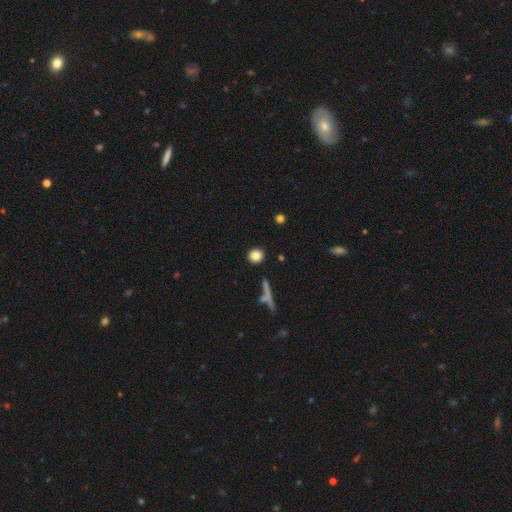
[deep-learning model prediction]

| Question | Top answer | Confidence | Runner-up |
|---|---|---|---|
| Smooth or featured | smooth | 83% | star or artifact (10%) |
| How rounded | round | 87% | in between (11%) |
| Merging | none | 89% | minor disturbance (6%) |